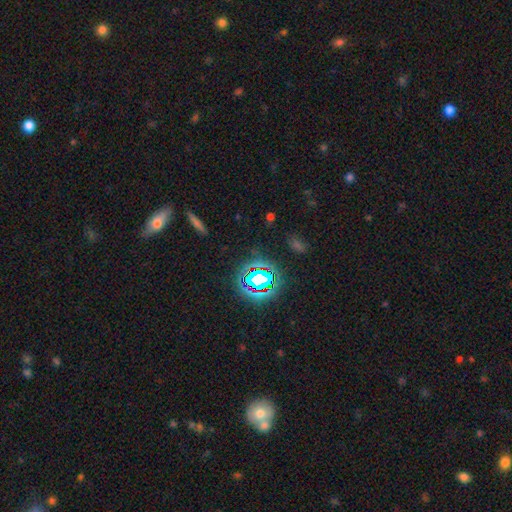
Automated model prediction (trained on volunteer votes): This is likely a star or artifact rather than a galaxy (68%).